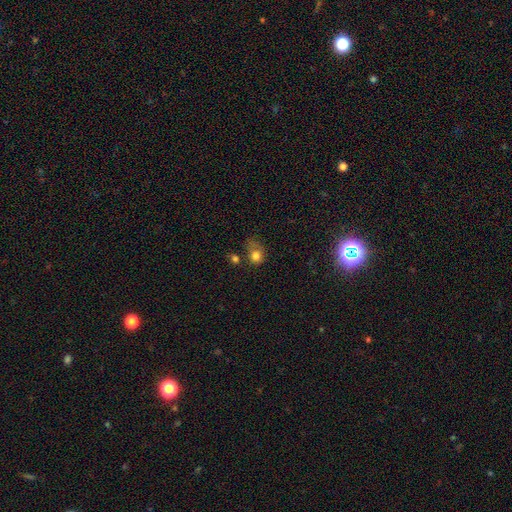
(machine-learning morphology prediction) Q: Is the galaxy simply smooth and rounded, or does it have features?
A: smooth — 77%.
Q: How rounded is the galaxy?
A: round — 57%.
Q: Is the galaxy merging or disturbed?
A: none — 32%.